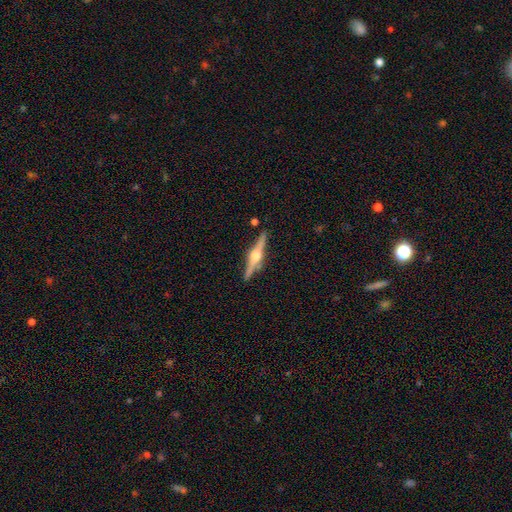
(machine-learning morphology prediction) smooth_or_featured: featured or disk (p=0.83) [alt: smooth p=0.11]
disk_edge_on: yes (p=0.98) [alt: no p=0.02]
edge_on_bulge: rounded (p=0.93) [alt: boxy p=0.05]
merging: none (p=0.88) [alt: minor disturbance p=0.08]